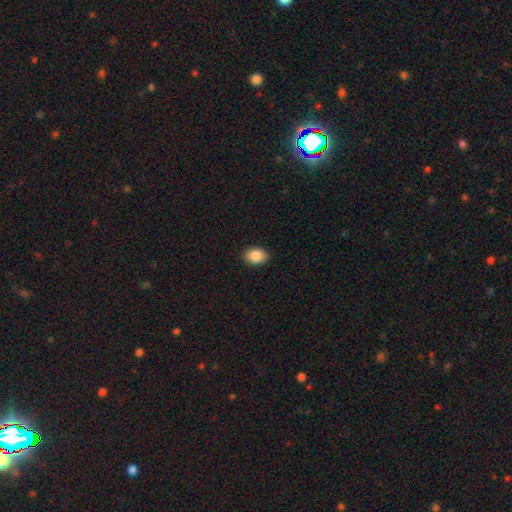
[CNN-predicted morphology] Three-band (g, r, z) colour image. It shows a smooth galaxy with no disk features (88%) that is in between round and cigar-shaped (66%). Merging: none (90%).